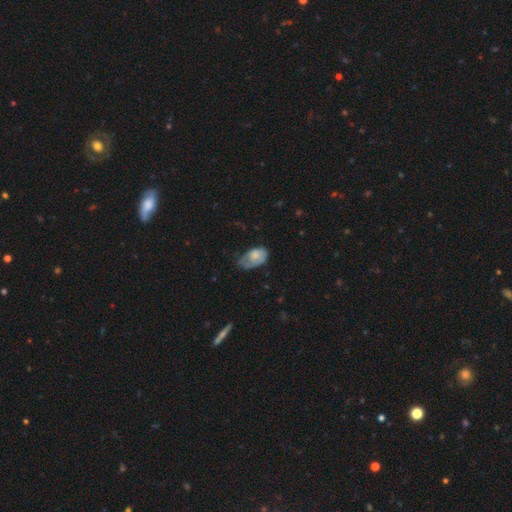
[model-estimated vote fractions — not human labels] A smooth galaxy with no disk features (61%) that is in between round and cigar-shaped (90%).

Vote fractions:
- Smooth or featured? smooth: 61% / featured or disk: 33% / star or artifact: 7%
- How rounded? in between: 90% / round: 9% / cigar-shaped: 2%
- Merging? minor disturbance: 39% / none: 31% / major disturbance: 28% / merger: 2%